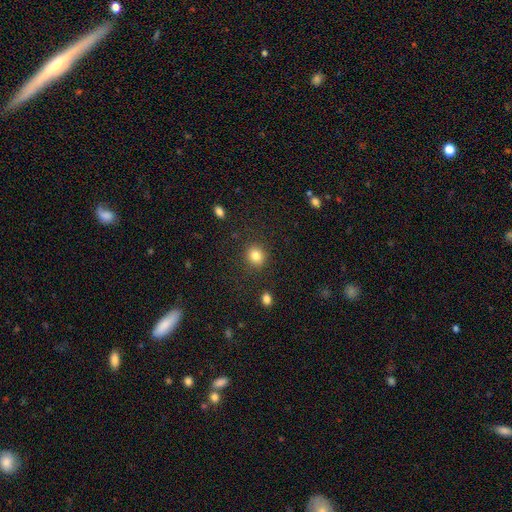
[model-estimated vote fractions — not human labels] Smooth or featured? Predicted: smooth (p=0.83). How rounded? Predicted: round (p=0.78). Merging? Predicted: none (p=0.87).